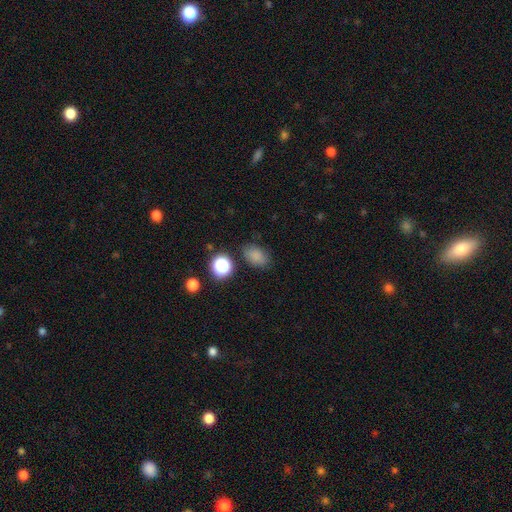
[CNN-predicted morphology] Smooth or featured: smooth — 80% (star or artifact — 14%)
How rounded: in between — 76% (round — 22%)
Merging: none — 77% (minor disturbance — 15%)